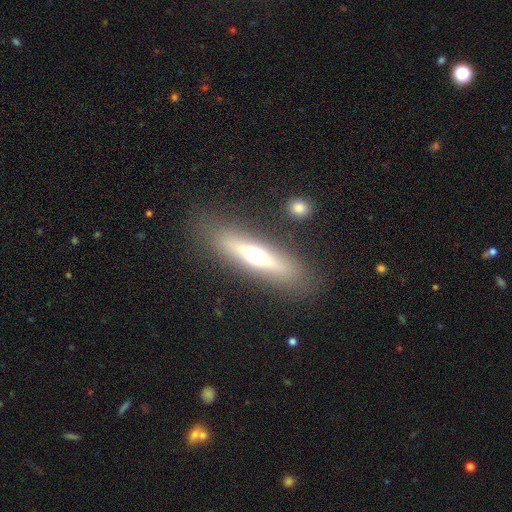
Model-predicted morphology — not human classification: A featured or disk galaxy (50%) viewed edge-on (82%).

Vote fractions:
- Smooth or featured? featured or disk: 50% / smooth: 42% / star or artifact: 7%
- Edge-on disk? yes: 82% / no: 18%
- Merging? none: 84% / minor disturbance: 10% / major disturbance: 4% / merger: 3%